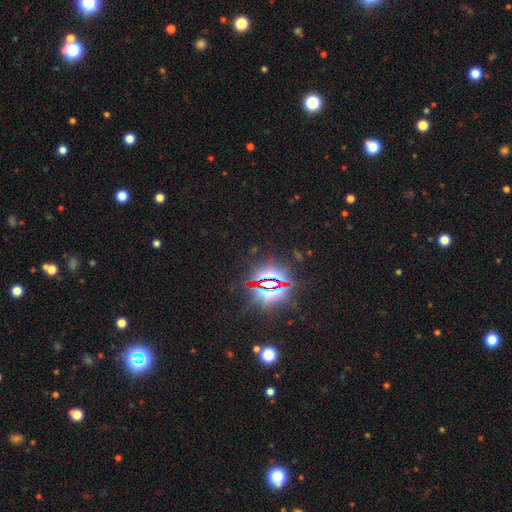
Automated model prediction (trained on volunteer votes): smooth-or-featured: star or artifact: 85% | smooth: 9% | featured or disk: 6%